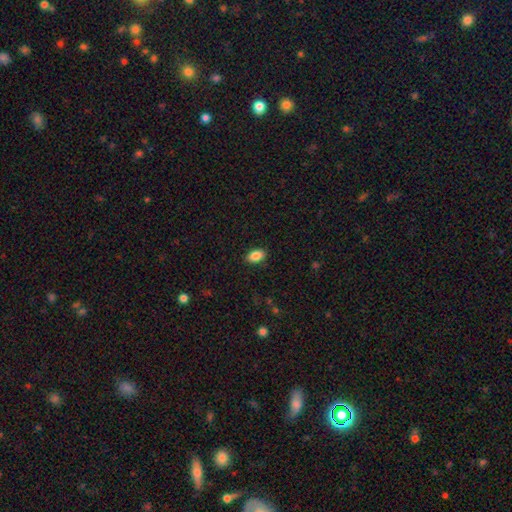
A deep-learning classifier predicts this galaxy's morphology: Smooth or featured? smooth (87%)
How rounded? in between (90%)
Merging? none (89%)